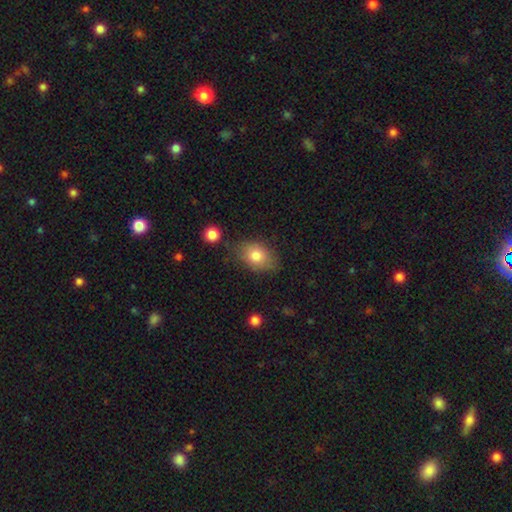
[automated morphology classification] smooth_or_featured: smooth (p=0.78) [alt: featured or disk p=0.13]
how_rounded: in between (p=0.76) [alt: round p=0.23]
merging: none (p=0.71) [alt: minor disturbance p=0.20]